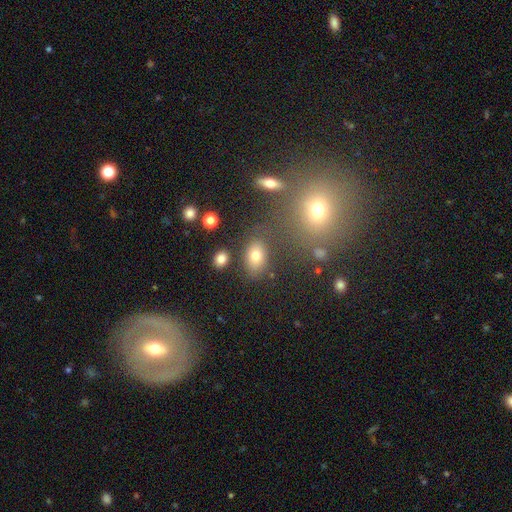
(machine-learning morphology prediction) This appears to be a smooth galaxy with no disk features (76%) that is in between round and cigar-shaped (81%). Merging: none (78%).